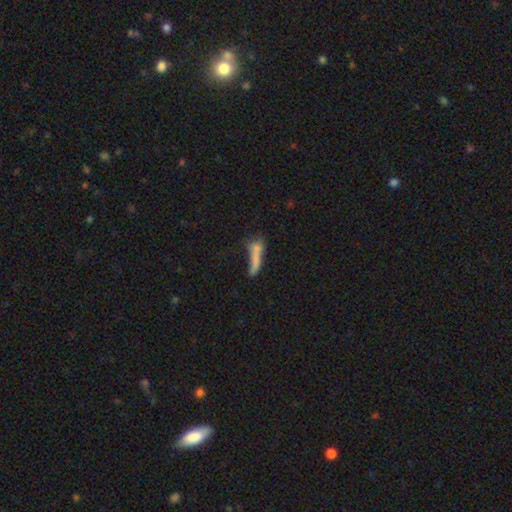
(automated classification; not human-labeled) Overall: smooth (65%). How rounded: cigar-shaped (83%). Merging: none (41%; merger 21%).